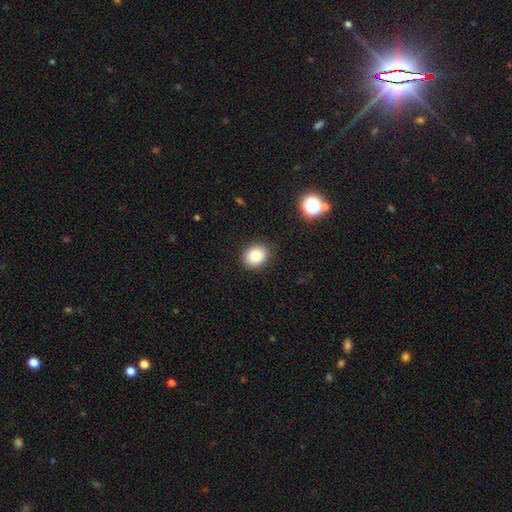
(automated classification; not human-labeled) smooth-or-featured: smooth: 84% | star or artifact: 10% | featured or disk: 5%
  how-rounded: round: 66% | in between: 33% | cigar-shaped: 1%
  merging: none: 89% | minor disturbance: 8% | major disturbance: 2% | merger: 1%